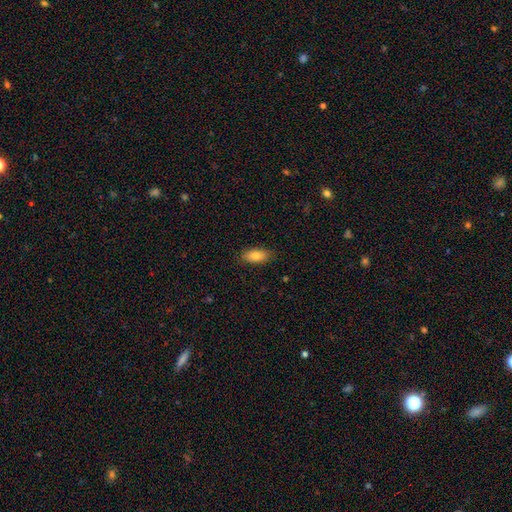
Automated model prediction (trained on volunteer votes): Smooth or featured?
  - smooth: 82% *
  - featured or disk: 11%
  - star or artifact: 7%
How rounded?
  - in between: 87% *
  - cigar-shaped: 9%
  - round: 3%
Merging?
  - none: 86% *
  - minor disturbance: 11%
  - major disturbance: 2%
  - merger: 1%